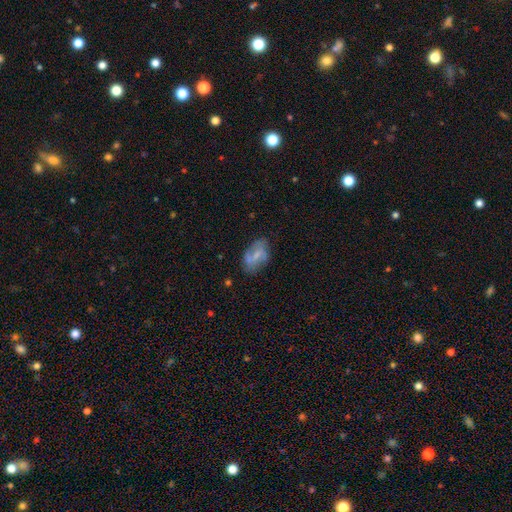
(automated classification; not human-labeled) A featured or disk galaxy (50%).

Vote fractions:
- Smooth or featured? featured or disk: 50% / smooth: 42% / star or artifact: 8%
- Merging? none: 60% / minor disturbance: 25% / major disturbance: 10% / merger: 5%